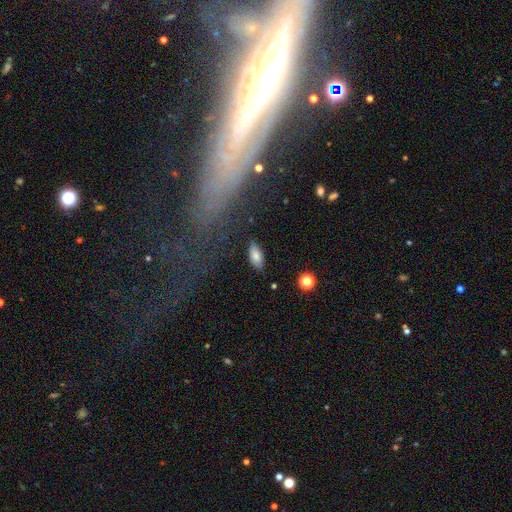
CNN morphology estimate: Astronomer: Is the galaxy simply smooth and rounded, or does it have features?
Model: smooth — 79%.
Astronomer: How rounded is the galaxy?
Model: in between — 87%.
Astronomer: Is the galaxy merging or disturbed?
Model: none — 82%.